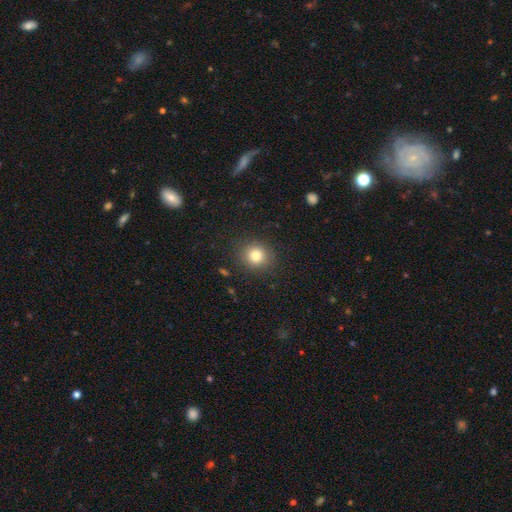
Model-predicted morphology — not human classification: type=smooth (80%); roundness=round (85%); merging=none (88%).